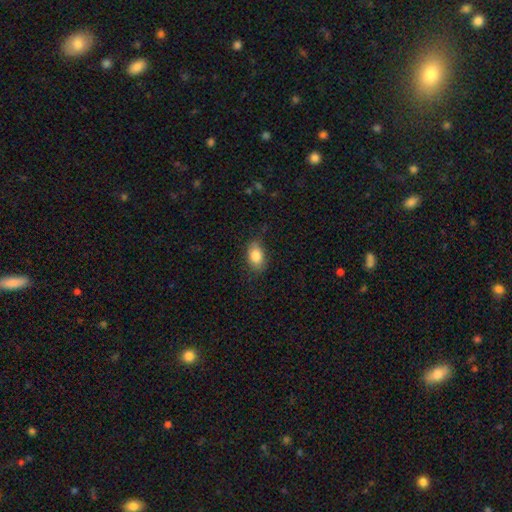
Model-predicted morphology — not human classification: A smooth galaxy with no disk features (84%) that is in between round and cigar-shaped (86%). Merging: none (75%).